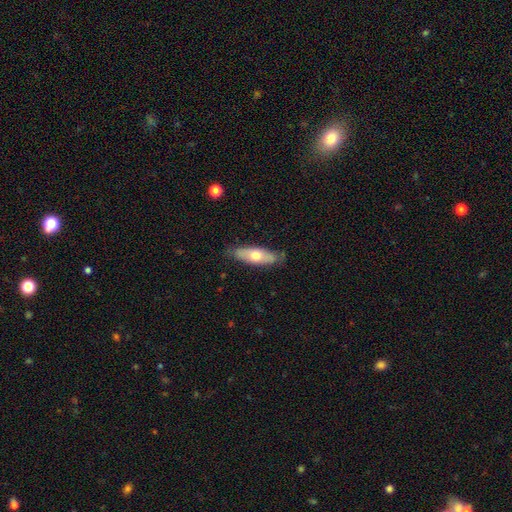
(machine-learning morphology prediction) The model was most divided on "how rounded": in between: 59%, cigar-shaped: 38%, round: 2%. More confident: merging — none (80%); smooth or featured — smooth (59%).